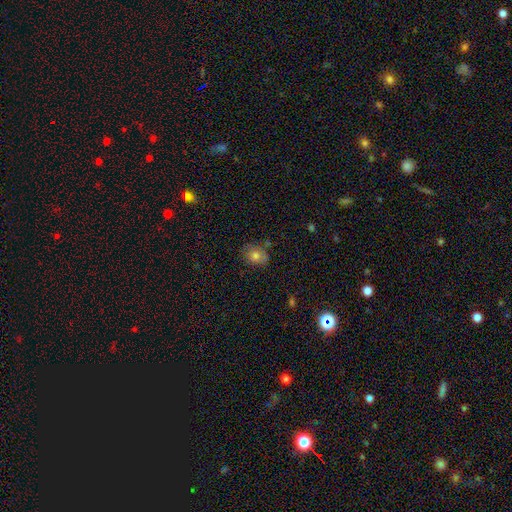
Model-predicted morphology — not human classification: This is likely a smooth galaxy (76%). How rounded: possibly in between (50%). Merging: likely none (72%).